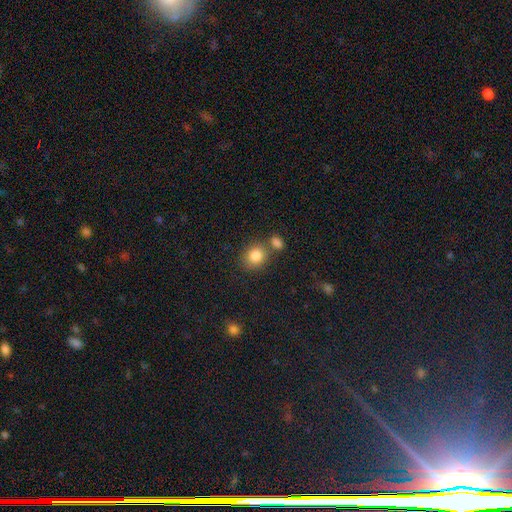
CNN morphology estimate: This appears to be a smooth galaxy with no disk features (85%) that is round (71%). Merging: none (65%).